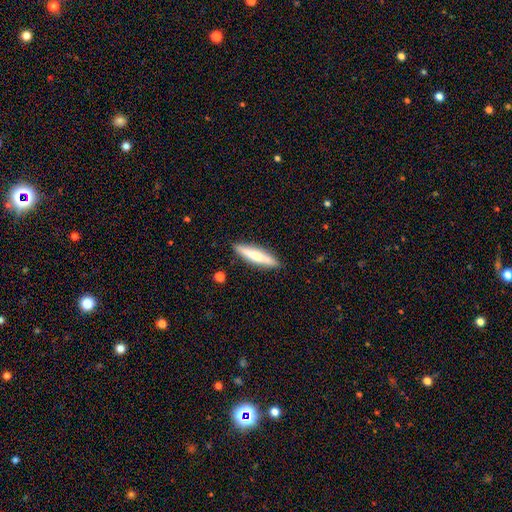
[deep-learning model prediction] Overall: smooth (53%; featured or disk 41%). How rounded: cigar-shaped (84%). Merging: none (89%).